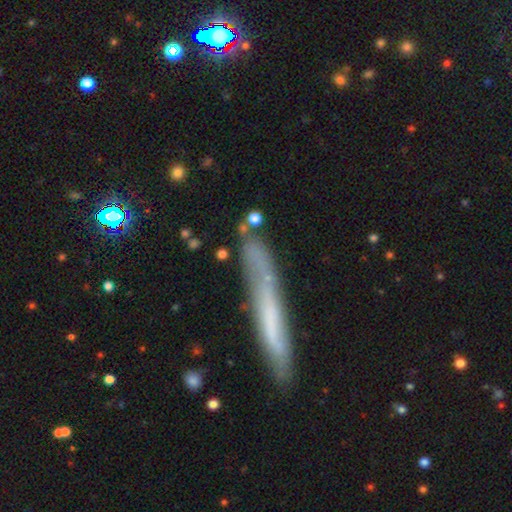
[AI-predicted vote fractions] Smooth or featured? smooth (47%)
Merging? none (65%)